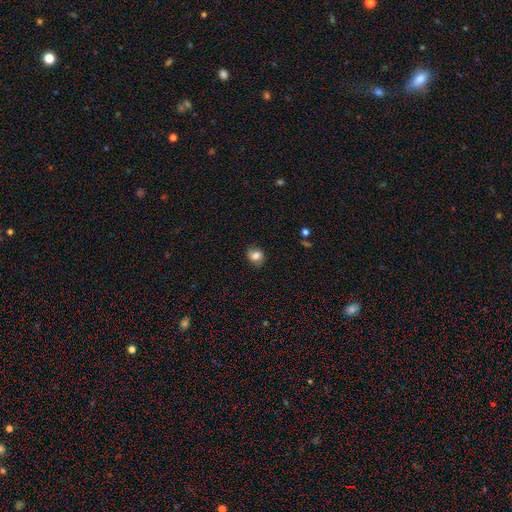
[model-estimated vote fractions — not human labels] A smooth galaxy with no disk features (77%) that is round (53%). Merging: none (78%).